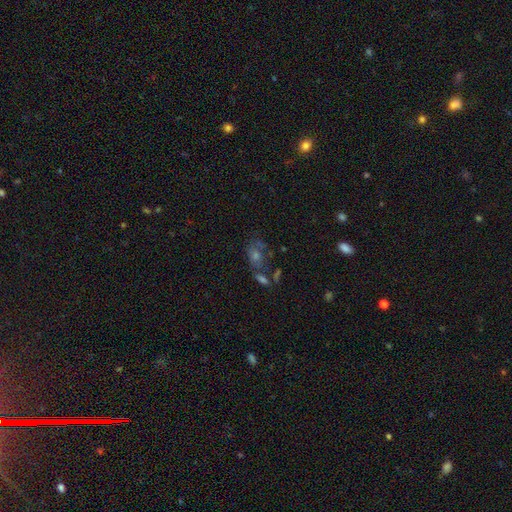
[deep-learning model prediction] Overall: featured or disk (35%; smooth 34%). Merging: none (47%; merger 23%).